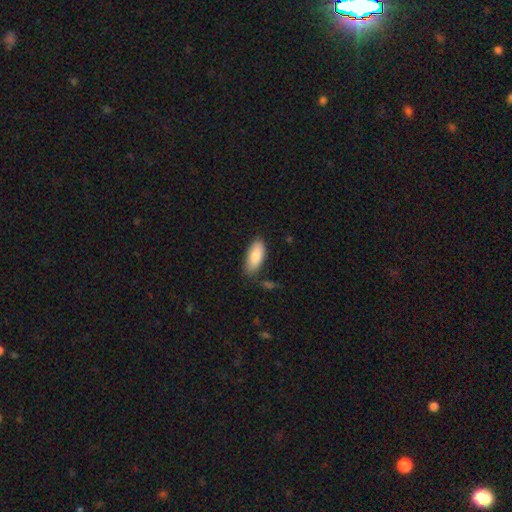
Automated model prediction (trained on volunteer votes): smooth_or_featured: smooth (p=0.85) [alt: featured or disk p=0.09]
how_rounded: in between (p=0.86) [alt: cigar-shaped p=0.12]
merging: none (p=0.74) [alt: minor disturbance p=0.19]